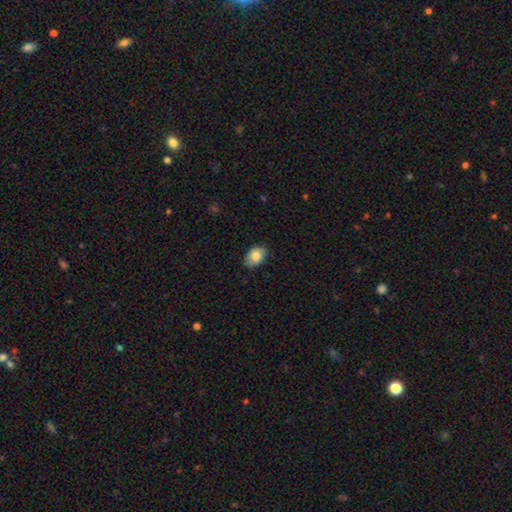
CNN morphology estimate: A smooth galaxy with no disk features (84%) that is in between round and cigar-shaped (86%). Merging: none (83%).